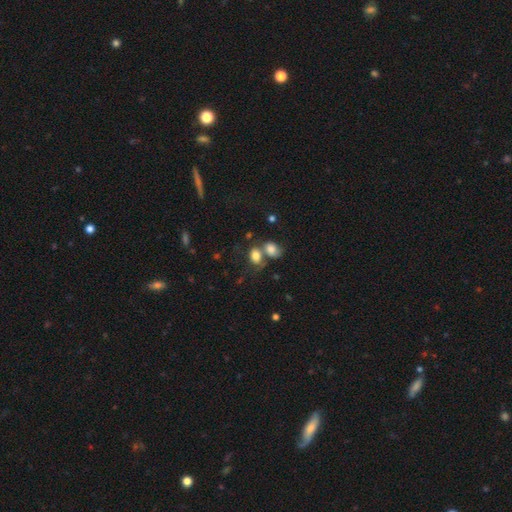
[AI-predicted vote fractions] Smooth or featured? smooth (78%)
How rounded? in between (74%)
Merging? merger (48%)